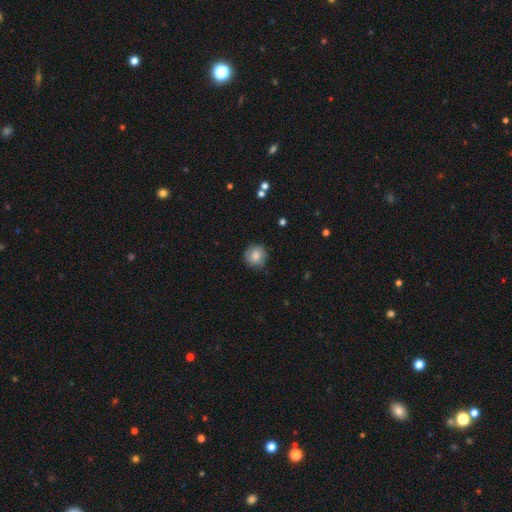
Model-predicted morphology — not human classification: Smooth or featured? Predicted: smooth (p=0.80). How rounded? Predicted: round (p=0.88). Merging? Predicted: none (p=0.79).